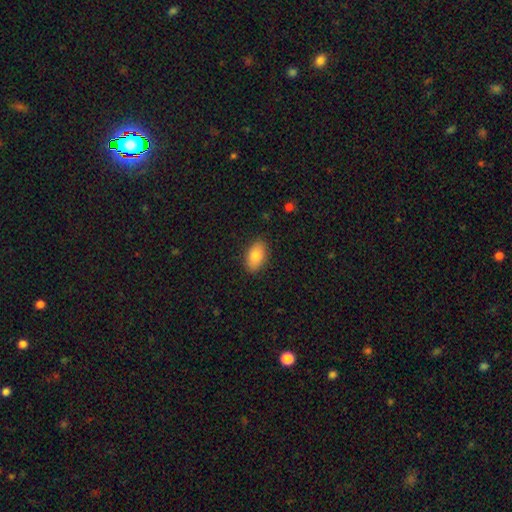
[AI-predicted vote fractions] A smooth galaxy with no disk features (83%) that is in between round and cigar-shaped (92%).

Vote fractions:
- Smooth or featured? smooth: 83% / featured or disk: 10% / star or artifact: 7%
- How rounded? in between: 92% / round: 6% / cigar-shaped: 2%
- Merging? none: 87% / minor disturbance: 10% / major disturbance: 2% / merger: 1%